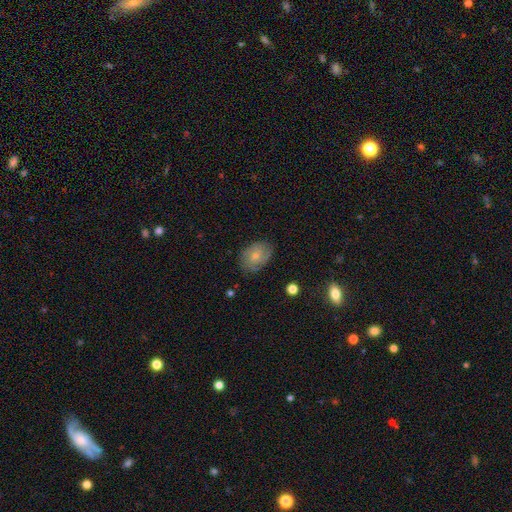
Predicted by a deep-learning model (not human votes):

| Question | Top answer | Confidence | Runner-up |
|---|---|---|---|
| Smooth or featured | featured or disk | 53% | smooth (39%) |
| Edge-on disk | no | 96% | yes (4%) |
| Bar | no | 66% | weak (30%) |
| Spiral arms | yes | 84% | no (16%) |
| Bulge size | small | 59% | moderate (34%) |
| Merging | none | 78% | minor disturbance (17%) |